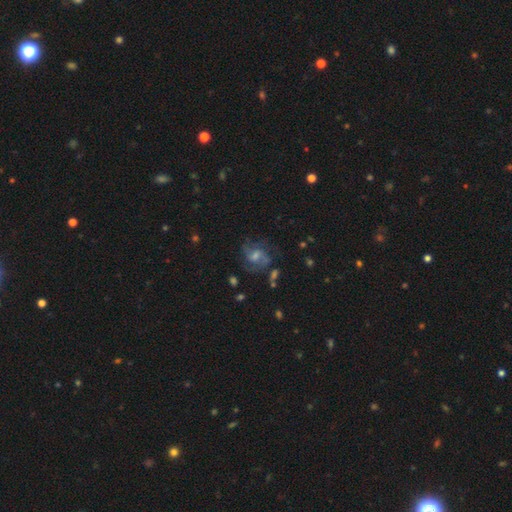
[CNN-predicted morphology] A featured or disk galaxy (66%) with no bar (47%), 2 (43%) medium (51%) spiral arms (84%) and a moderate central bulge (45%).

Vote fractions:
- Smooth or featured? featured or disk: 66% / smooth: 23% / star or artifact: 12%
- Edge-on disk? no: 97% / yes: 3%
- Bar? no: 47% / weak: 44% / strong: 9%
- Spiral arms? yes: 84% / no: 16%
- Spiral winding? medium: 51% / loose: 26% / tight: 22%
- Spiral arm count? 2: 43% / can't tell: 24% / 3: 19% / 1: 5% / 4: 5% / more than 4: 3%
- Bulge size? moderate: 45% / small: 31% / none: 12% / large: 10% / dominant: 2%
- Merging? none: 55% / major disturbance: 21% / minor disturbance: 20% / merger: 4%